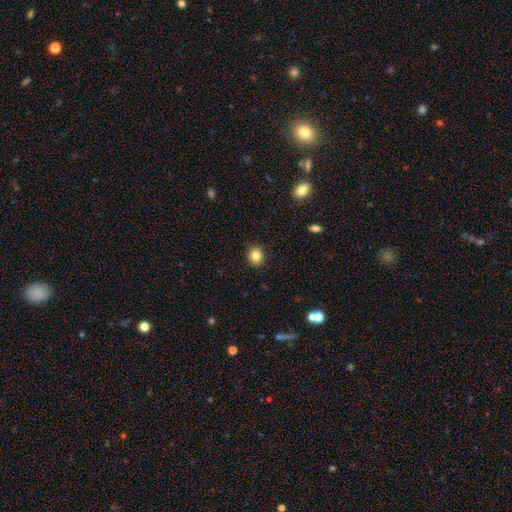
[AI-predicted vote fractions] Smooth or featured? Predicted: smooth (p=0.84). How rounded? Predicted: round (p=0.60). Merging? Predicted: none (p=0.89).